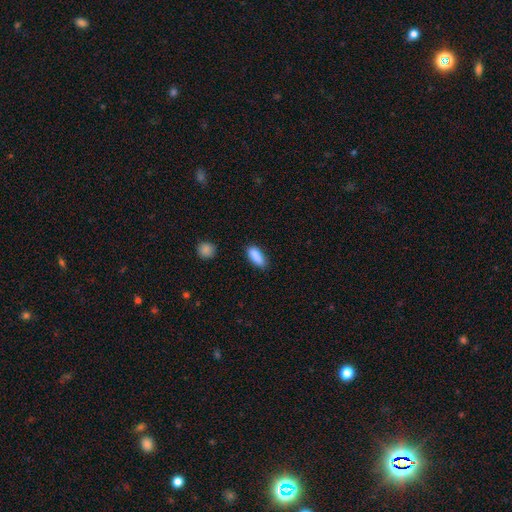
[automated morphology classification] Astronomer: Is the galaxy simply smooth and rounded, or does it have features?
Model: smooth — 88%.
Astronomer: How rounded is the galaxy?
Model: in between — 76%.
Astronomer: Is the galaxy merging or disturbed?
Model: none — 74%.